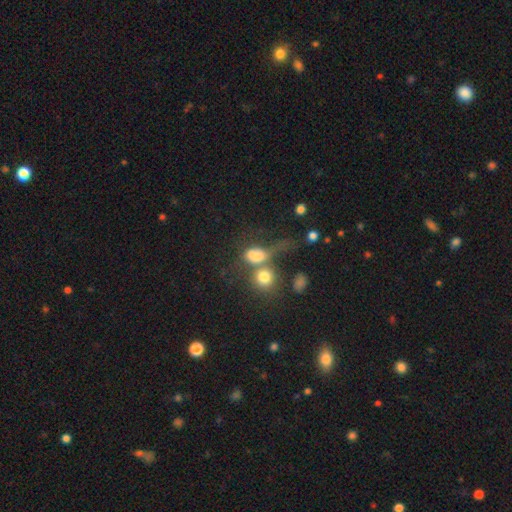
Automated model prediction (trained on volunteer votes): This is likely a smooth galaxy (69%). How rounded: possibly in between (56%). Merging: possibly merger (51%).